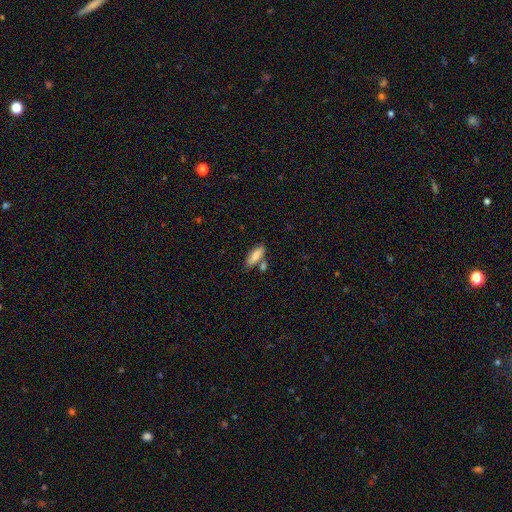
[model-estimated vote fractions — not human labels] A smooth galaxy with no disk features (84%) that is in between round and cigar-shaped (70%).

Vote fractions:
- Smooth or featured? smooth: 84% / featured or disk: 9% / star or artifact: 7%
- How rounded? in between: 70% / cigar-shaped: 27% / round: 2%
- Merging? none: 64% / merger: 19% / minor disturbance: 13% / major disturbance: 4%